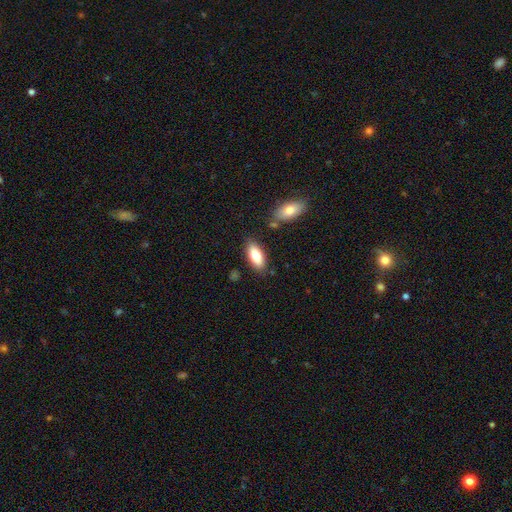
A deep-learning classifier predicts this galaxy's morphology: Smooth or featured? Predicted: smooth (p=0.78). How rounded? Predicted: in between (p=0.82). Merging? Predicted: none (p=0.82).